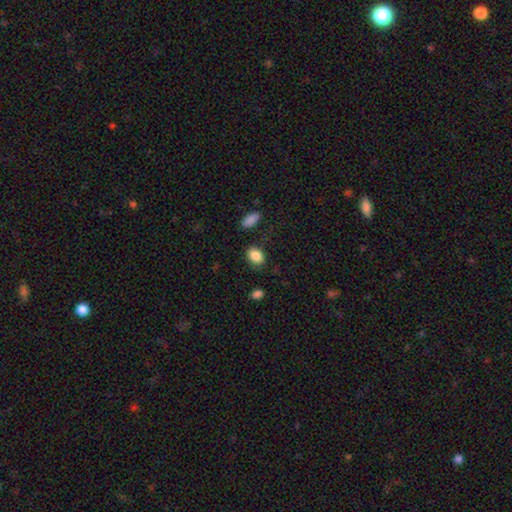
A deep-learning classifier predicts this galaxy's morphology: Smooth or featured? Predicted: smooth (p=0.87). How rounded? Predicted: in between (p=0.77). Merging? Predicted: none (p=0.79).